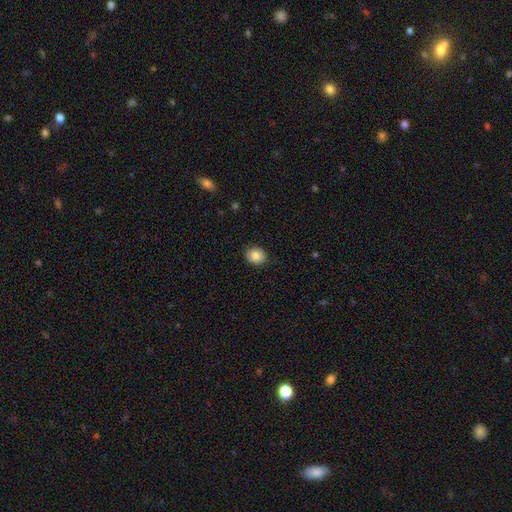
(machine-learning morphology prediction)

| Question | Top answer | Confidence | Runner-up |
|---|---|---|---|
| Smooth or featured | smooth | 84% | star or artifact (8%) |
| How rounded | round | 67% | in between (32%) |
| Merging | none | 88% | minor disturbance (9%) |